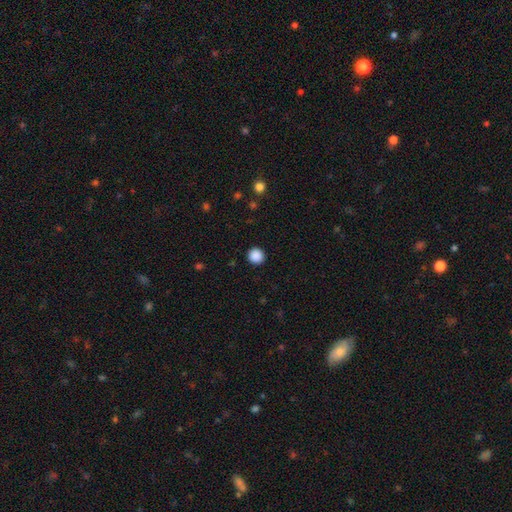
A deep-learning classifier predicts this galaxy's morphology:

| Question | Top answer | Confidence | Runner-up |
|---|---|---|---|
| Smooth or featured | smooth | 89% | star or artifact (9%) |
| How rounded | round | 93% | in between (6%) |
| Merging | none | 92% | minor disturbance (5%) |